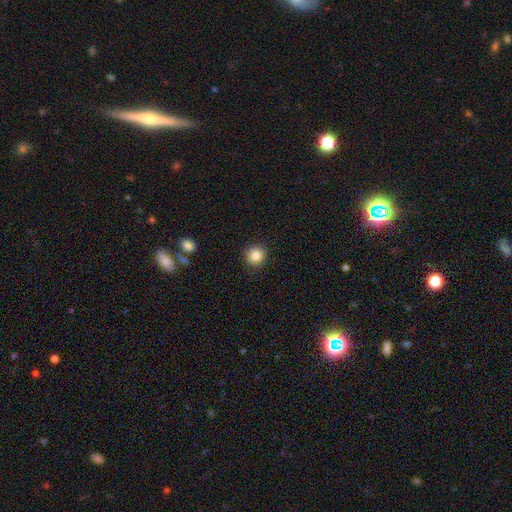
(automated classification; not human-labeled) A smooth galaxy with no disk features (86%) that is round (92%).

Vote fractions:
- Smooth or featured? smooth: 86% / star or artifact: 10% / featured or disk: 5%
- How rounded? round: 92% / in between: 7% / cigar-shaped: 1%
- Merging? none: 90% / minor disturbance: 7% / major disturbance: 2% / merger: 1%